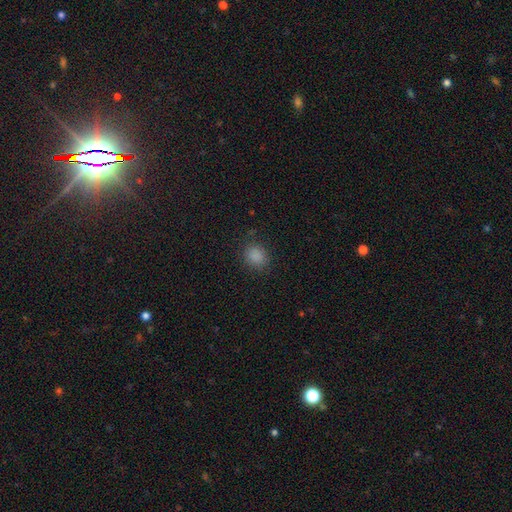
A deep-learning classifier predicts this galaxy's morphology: A smooth galaxy with no disk features (85%) that is round (66%).

Vote fractions:
- Smooth or featured? smooth: 85% / star or artifact: 12% / featured or disk: 3%
- How rounded? round: 66% / in between: 33% / cigar-shaped: 1%
- Merging? none: 84% / minor disturbance: 11% / major disturbance: 4% / merger: 1%